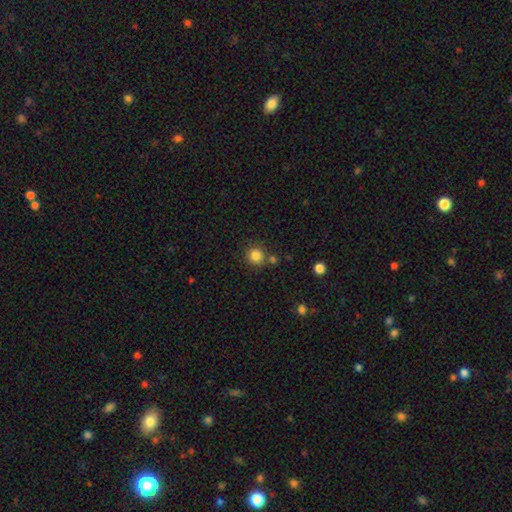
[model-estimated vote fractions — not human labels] Smooth or featured? smooth (84%)
How rounded? round (90%)
Merging? none (75%)